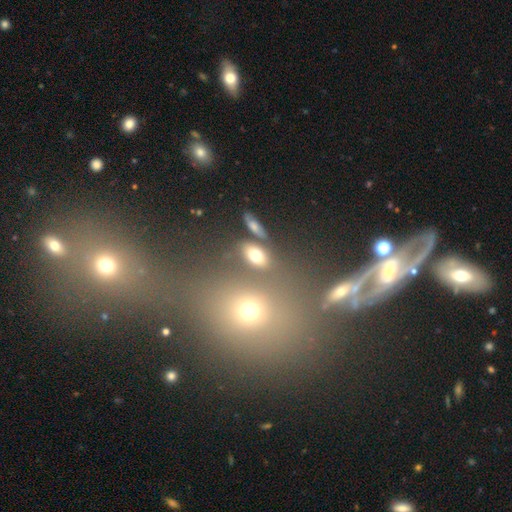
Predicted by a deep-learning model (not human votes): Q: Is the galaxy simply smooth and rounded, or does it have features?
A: smooth — 70%.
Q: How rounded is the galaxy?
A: in between — 78%.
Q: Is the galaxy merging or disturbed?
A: none — 72%.